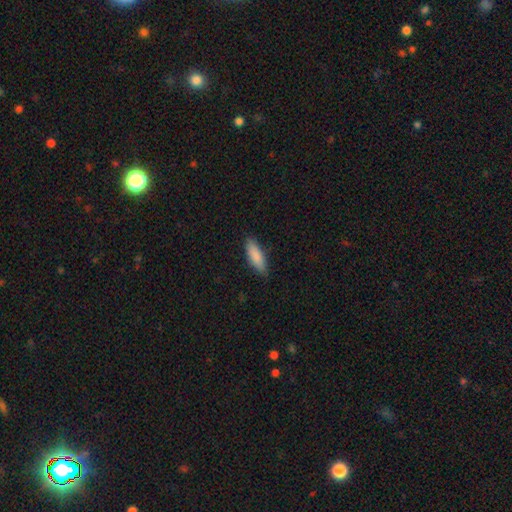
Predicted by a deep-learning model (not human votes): A smooth galaxy with no disk features (87%) that is in between round and cigar-shaped (56%). Merging: none (85%).